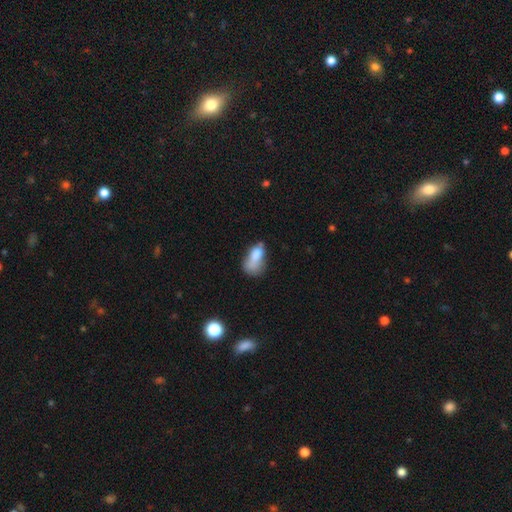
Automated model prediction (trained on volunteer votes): smooth-or-featured: smooth: 72% | featured or disk: 17% | star or artifact: 11%
  how-rounded: in between: 85% | cigar-shaped: 8% | round: 7%
  merging: major disturbance: 31% | minor disturbance: 30% | none: 27% | merger: 12%